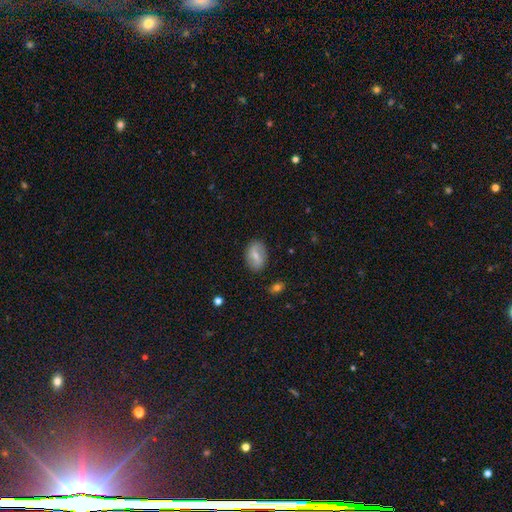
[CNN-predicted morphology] smooth_or_featured: smooth (p=0.51) [alt: featured or disk p=0.42]
how_rounded: in between (p=0.85) [alt: round p=0.13]
merging: none (p=0.84) [alt: minor disturbance p=0.11]